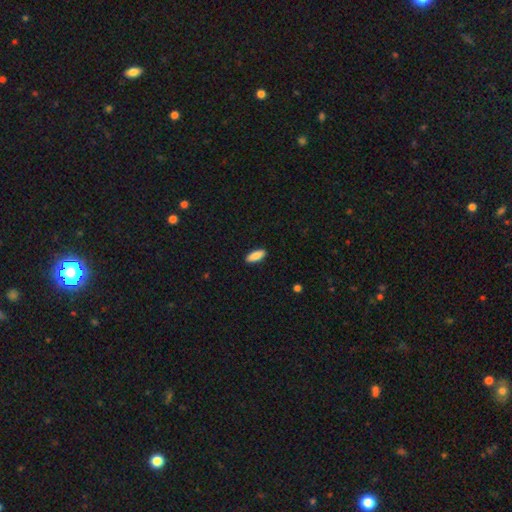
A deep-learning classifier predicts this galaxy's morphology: This appears to be a smooth galaxy with no disk features (88%) that is in between round and cigar-shaped (75%). Merging: none (90%).